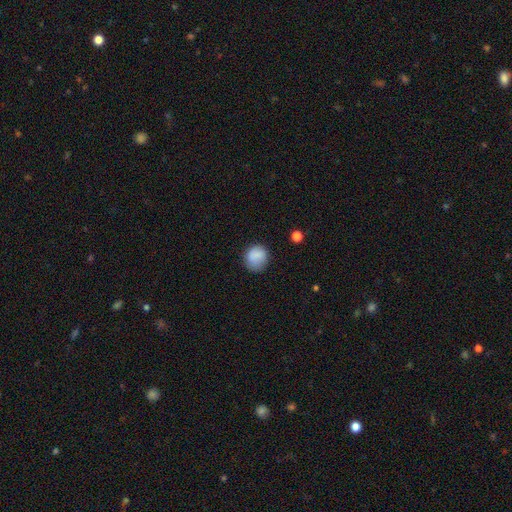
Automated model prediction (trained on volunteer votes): Smooth or featured?
  - smooth: 85% *
  - star or artifact: 8%
  - featured or disk: 6%
How rounded?
  - round: 82% *
  - in between: 17%
  - cigar-shaped: 1%
Merging?
  - none: 77% *
  - minor disturbance: 17%
  - major disturbance: 5%
  - merger: 1%